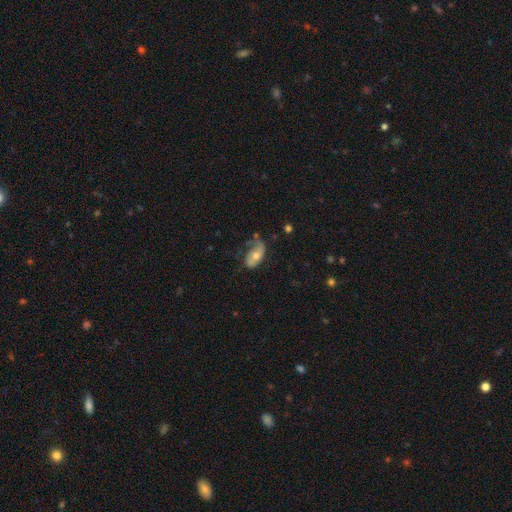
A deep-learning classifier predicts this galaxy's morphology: type=featured or disk (58%); edge-on=no (93%); bar=no (70%); spiral arms=yes (79%); bulge=moderate (67%); merging=none (46%).